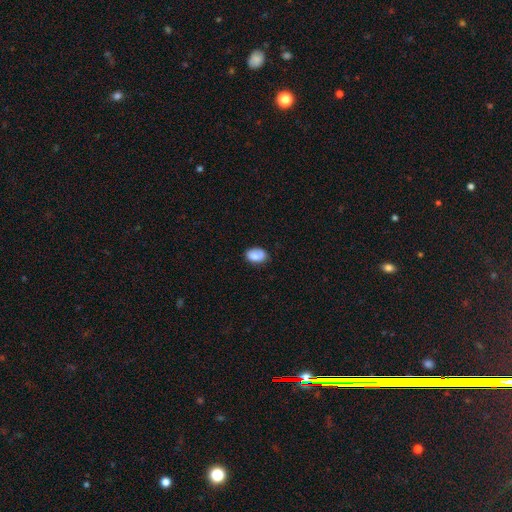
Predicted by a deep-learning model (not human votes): This appears to be a smooth galaxy with no disk features (80%) that is in between round and cigar-shaped (86%). Merging: none (71%).